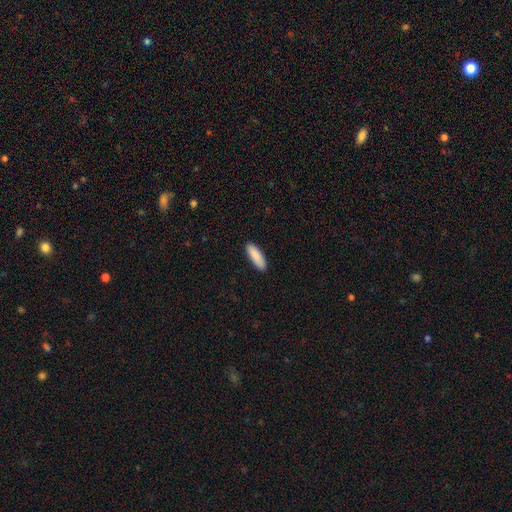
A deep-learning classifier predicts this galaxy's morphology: smooth_or_featured: smooth (p=0.89) [alt: featured or disk p=0.05]
how_rounded: in between (p=0.51) [alt: cigar-shaped p=0.48]
merging: none (p=0.90) [alt: minor disturbance p=0.07]